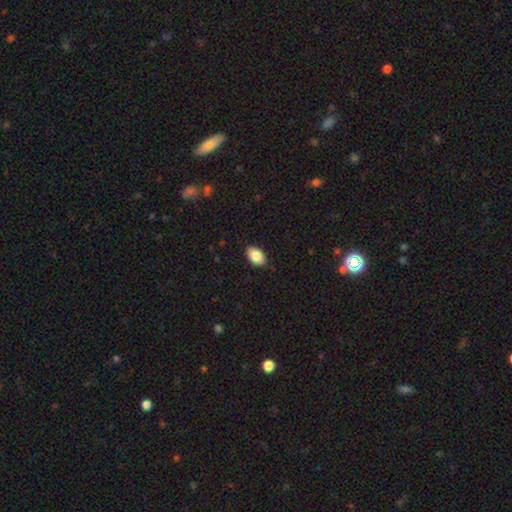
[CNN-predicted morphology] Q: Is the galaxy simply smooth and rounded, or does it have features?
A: smooth — 87%.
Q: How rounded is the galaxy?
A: in between — 91%.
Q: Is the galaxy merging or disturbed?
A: none — 87%.